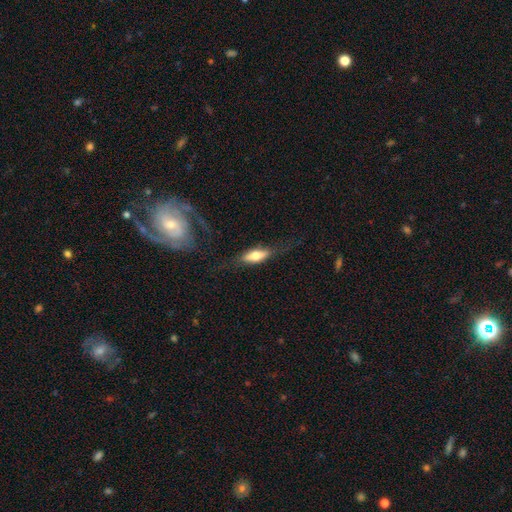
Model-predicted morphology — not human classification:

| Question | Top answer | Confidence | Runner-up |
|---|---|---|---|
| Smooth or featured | smooth | 52% | featured or disk (42%) |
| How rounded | in between | 56% | cigar-shaped (40%) |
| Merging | none | 66% | minor disturbance (17%) |